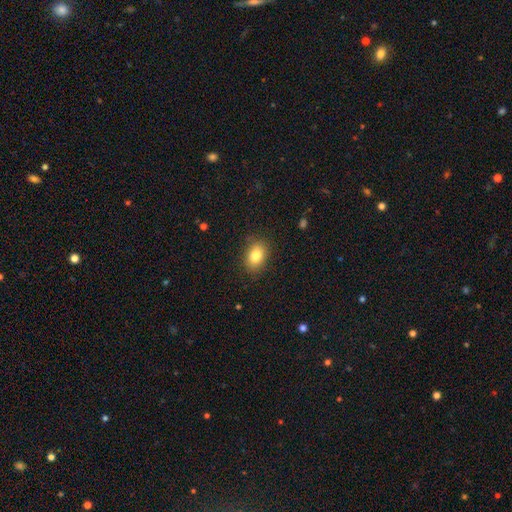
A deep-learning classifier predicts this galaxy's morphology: Smooth or featured?
  - smooth: 82% *
  - star or artifact: 9%
  - featured or disk: 9%
How rounded?
  - in between: 77% *
  - round: 22%
  - cigar-shaped: 1%
Merging?
  - none: 85% *
  - minor disturbance: 11%
  - major disturbance: 3%
  - merger: 1%